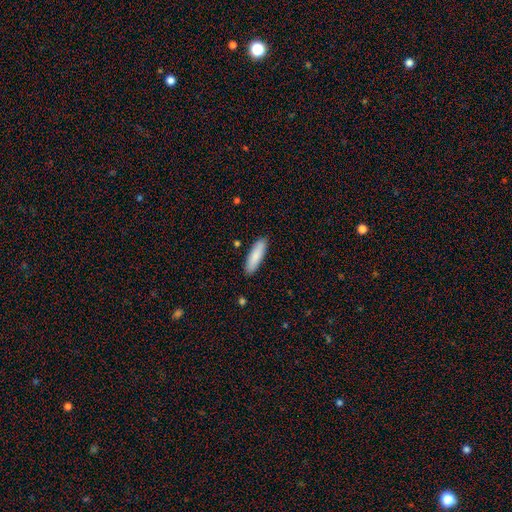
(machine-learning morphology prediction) Smooth or featured?
  - smooth: 85% *
  - featured or disk: 9%
  - star or artifact: 6%
How rounded?
  - cigar-shaped: 54% *
  - in between: 45%
  - round: 1%
Merging?
  - none: 89% *
  - minor disturbance: 8%
  - major disturbance: 2%
  - merger: 1%